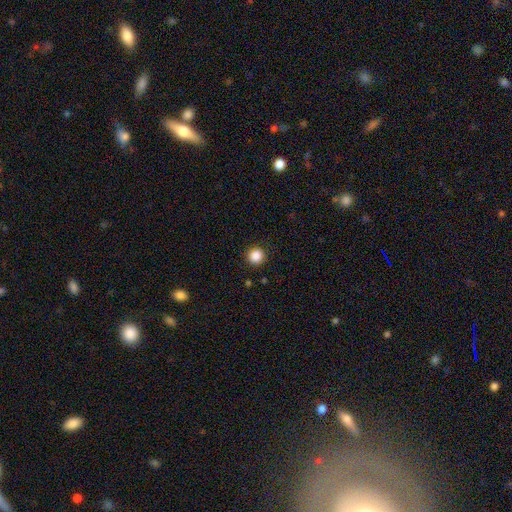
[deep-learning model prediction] This appears to be a smooth galaxy with no disk features (87%) that is round (96%). Merging: none (92%).